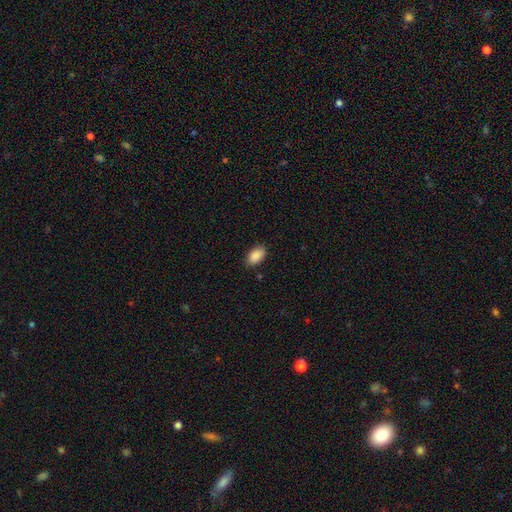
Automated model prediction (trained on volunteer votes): Smooth or featured?
  - smooth: 90% *
  - star or artifact: 7%
  - featured or disk: 4%
How rounded?
  - in between: 93% *
  - round: 6%
  - cigar-shaped: 2%
Merging?
  - none: 85% *
  - minor disturbance: 12%
  - major disturbance: 2%
  - merger: 1%